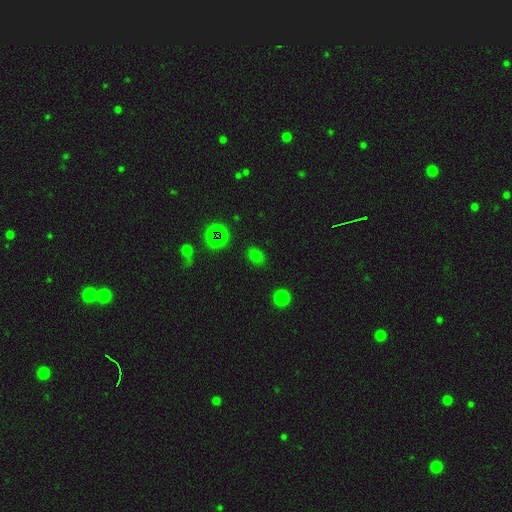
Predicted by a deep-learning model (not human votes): smooth 67%, star or artifact 27%, featured or disk 6%. Down the decision tree: how rounded — in between (72%); merging — none (83%).